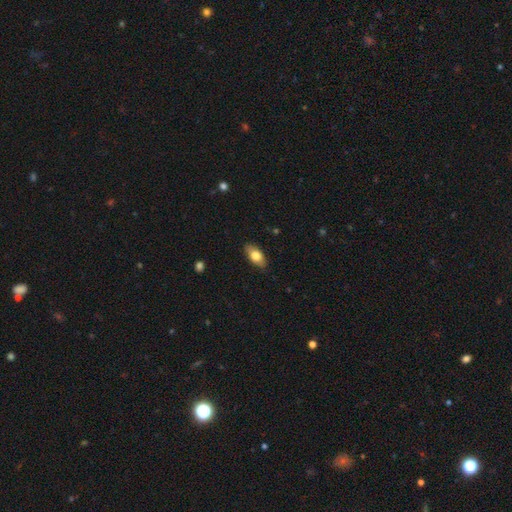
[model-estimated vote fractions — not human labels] smooth_or_featured: smooth (p=0.74) [alt: featured or disk p=0.20]
how_rounded: in between (p=0.89) [alt: cigar-shaped p=0.07]
merging: none (p=0.86) [alt: minor disturbance p=0.10]